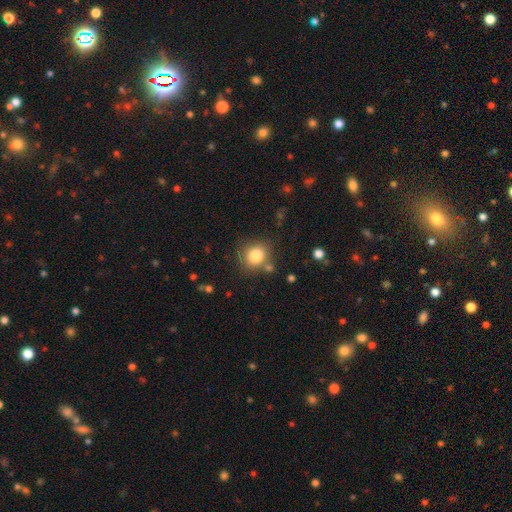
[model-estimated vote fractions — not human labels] This is clearly a smooth galaxy (82%). How rounded: likely round (75%). Merging: likely none (75%).